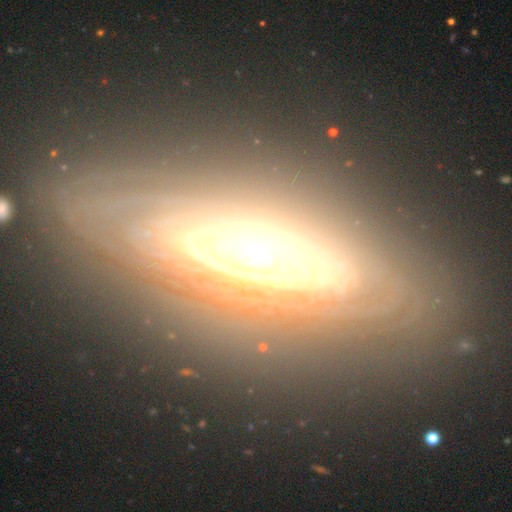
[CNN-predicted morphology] This is likely a featured or disk galaxy (79%). It is likely not viewed edge-on (62%). Merging: clearly none (80%).